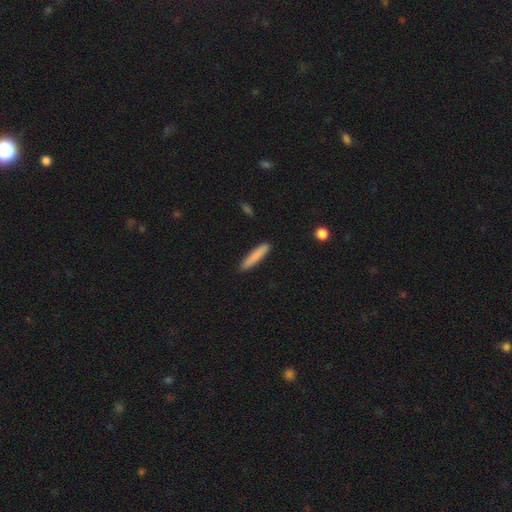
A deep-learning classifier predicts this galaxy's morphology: This is clearly a smooth galaxy (84%). How rounded: clearly cigar-shaped (91%). Merging: clearly none (90%).